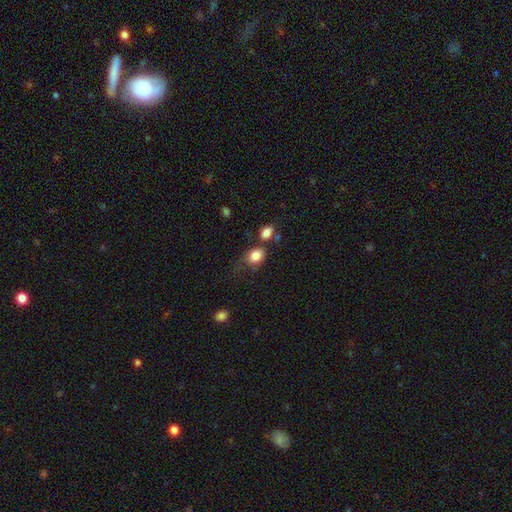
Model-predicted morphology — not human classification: This appears to be a smooth galaxy with no disk features (83%) that is in between round and cigar-shaped (53%). Merging: none (50%).